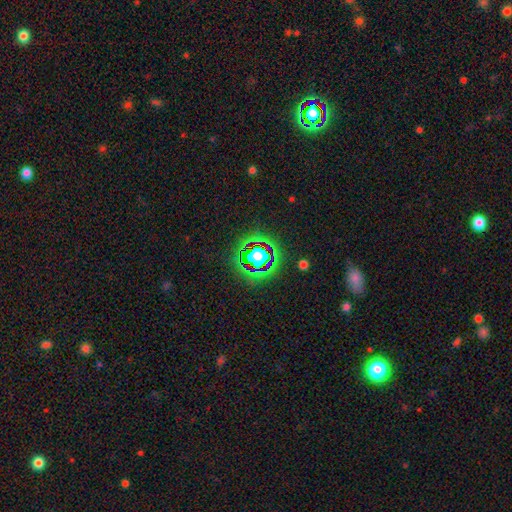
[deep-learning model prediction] Smooth or featured? star or artifact (77%)